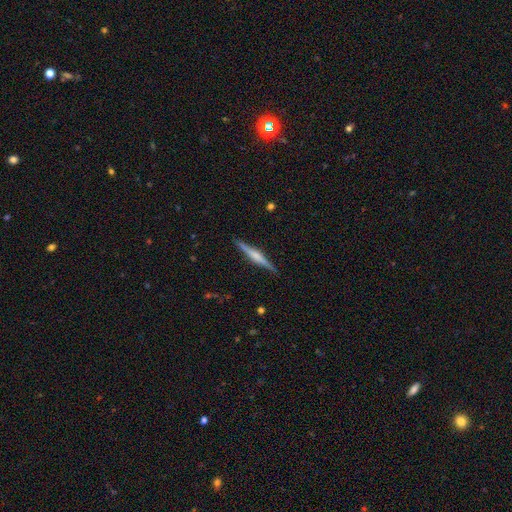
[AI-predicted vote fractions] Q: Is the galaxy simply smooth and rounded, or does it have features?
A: featured or disk — 68%.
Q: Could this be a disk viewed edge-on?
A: yes — 98%.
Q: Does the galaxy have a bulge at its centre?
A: rounded — 62%.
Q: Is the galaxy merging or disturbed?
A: none — 90%.